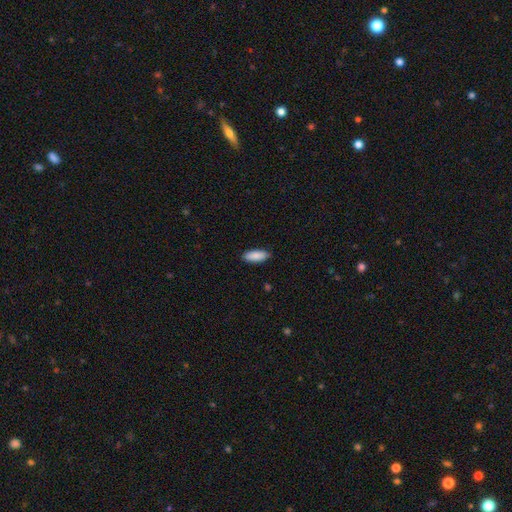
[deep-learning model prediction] Morphology: type=smooth (90%); roundness=in between (77%); merging=none (88%).